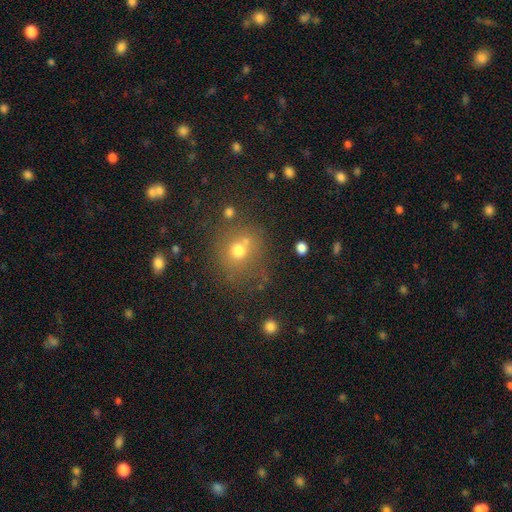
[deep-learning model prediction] A smooth galaxy with no disk features (54%) that is round (73%). Merging: none (78%).